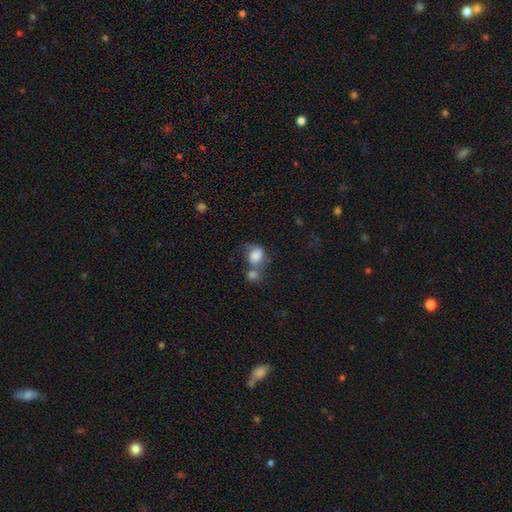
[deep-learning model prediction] Smooth or featured?
  - smooth: 78% *
  - featured or disk: 13%
  - star or artifact: 9%
How rounded?
  - in between: 55% *
  - round: 44%
  - cigar-shaped: 1%
Merging?
  - merger: 57% *
  - none: 21%
  - minor disturbance: 12%
  - major disturbance: 11%